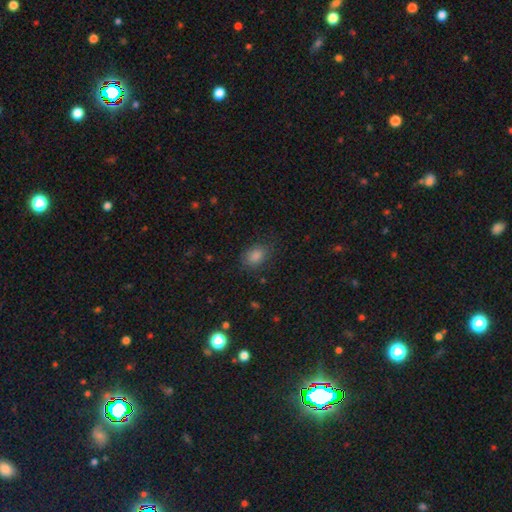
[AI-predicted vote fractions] Q: Smooth or featured?
A: smooth (79%); runner-up: star or artifact (15%)
Q: How rounded?
A: in between (71%); runner-up: round (28%)
Q: Merging?
A: none (80%); runner-up: minor disturbance (15%)